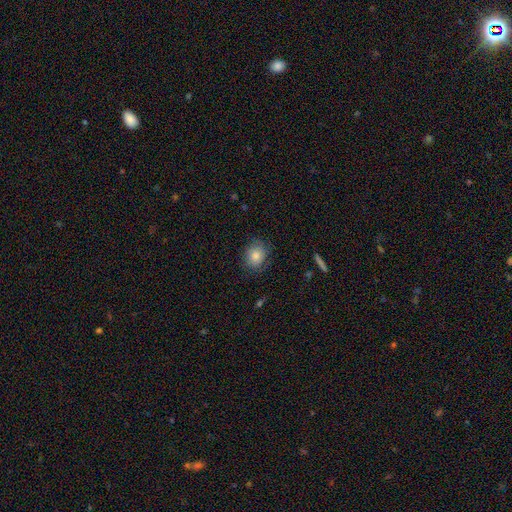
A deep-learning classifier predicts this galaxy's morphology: type=smooth (79%); roundness=round (67%); merging=none (80%).